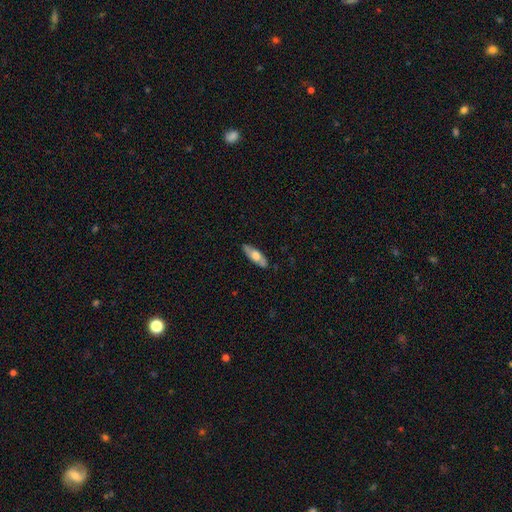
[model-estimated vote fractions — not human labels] Morphology: type=smooth (57%); roundness=in between (66%); merging=none (86%).